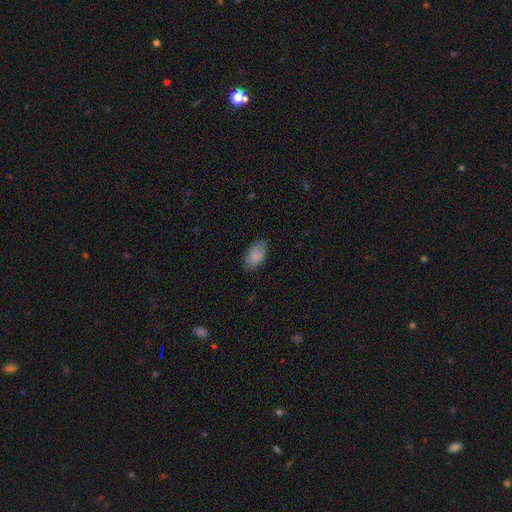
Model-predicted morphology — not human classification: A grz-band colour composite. It shows a smooth galaxy with no disk features (86%) that is in between round and cigar-shaped (93%). Merging: none (80%).